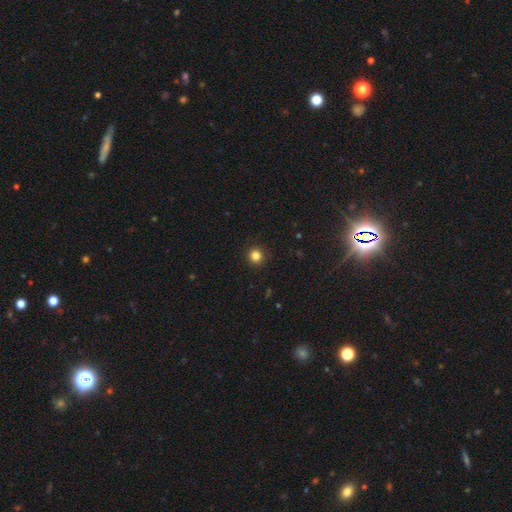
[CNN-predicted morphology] type=smooth (83%); roundness=round (95%); merging=none (93%).